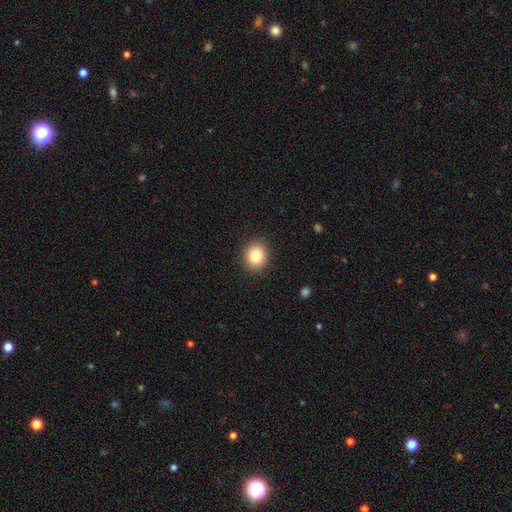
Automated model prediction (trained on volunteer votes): A smooth galaxy with no disk features (83%) that is round (72%). Merging: none (91%).